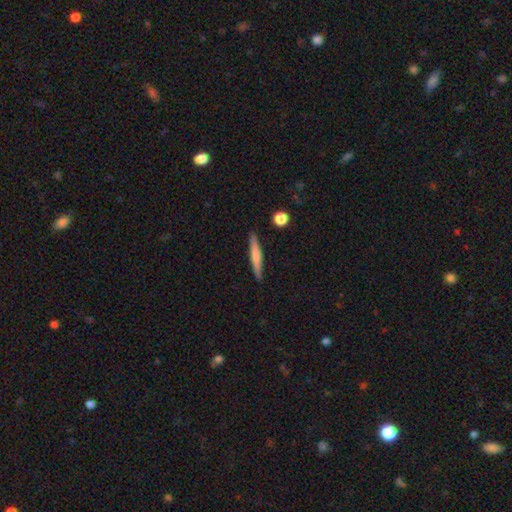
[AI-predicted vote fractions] Smooth or featured? smooth (59%)
How rounded? cigar-shaped (94%)
Merging? none (89%)